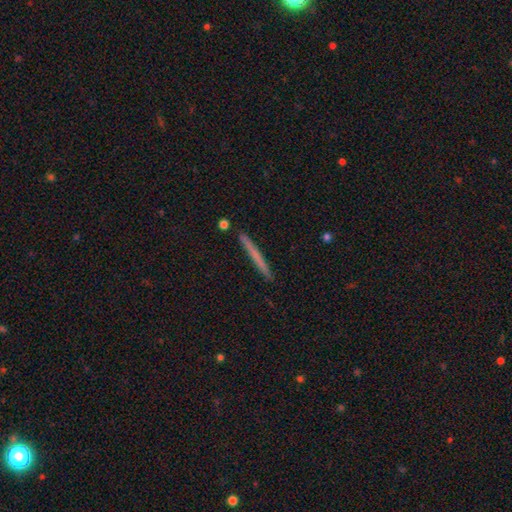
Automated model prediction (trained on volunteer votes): Smooth or featured? Predicted: smooth (p=0.58). How rounded? Predicted: cigar-shaped (p=0.97). Merging? Predicted: none (p=0.91).